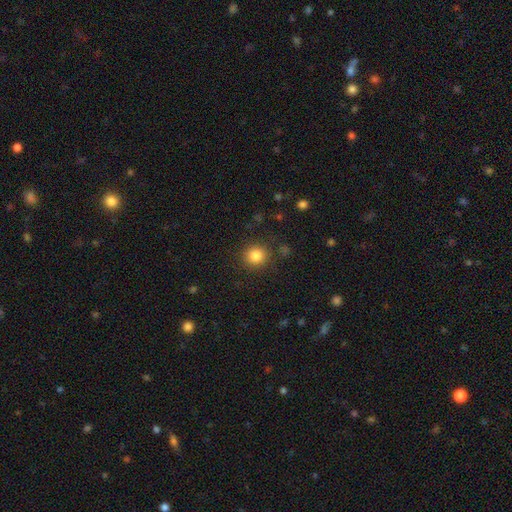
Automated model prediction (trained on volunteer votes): This appears to be a smooth galaxy with no disk features (84%) that is round (90%). Merging: none (88%).